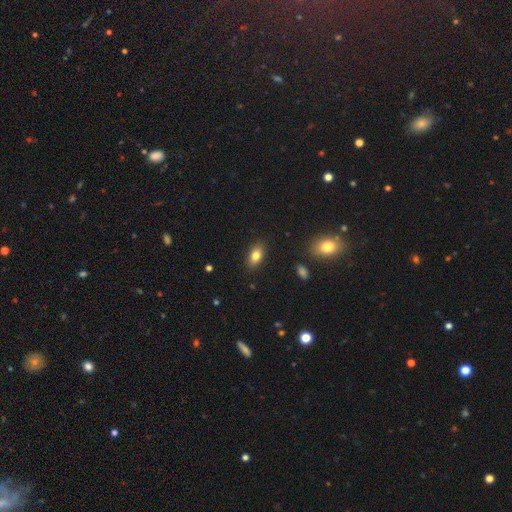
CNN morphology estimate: Smooth or featured? smooth (80%)
How rounded? in between (87%)
Merging? none (87%)